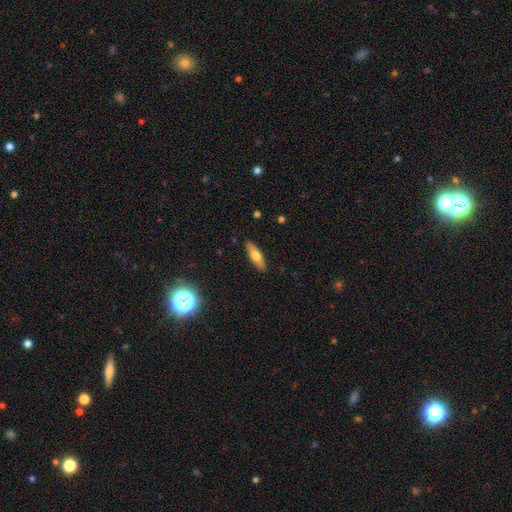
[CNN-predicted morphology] Overall: smooth (60%; featured or disk 33%). How rounded: cigar-shaped (59%; in between 38%). Merging: none (89%).